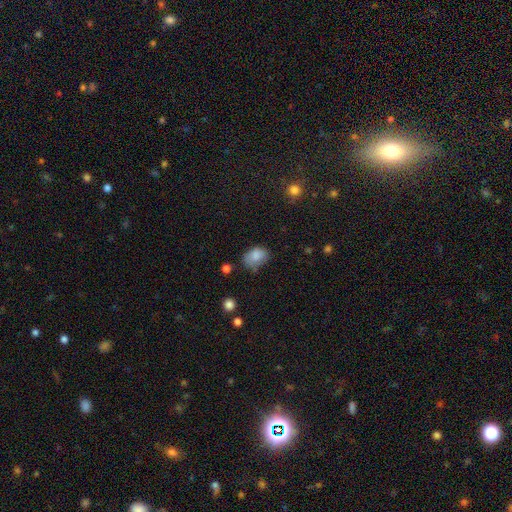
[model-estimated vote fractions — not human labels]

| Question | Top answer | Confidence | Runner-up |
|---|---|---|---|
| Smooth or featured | smooth | 81% | featured or disk (10%) |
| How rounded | in between | 75% | round (24%) |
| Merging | none | 55% | minor disturbance (33%) |